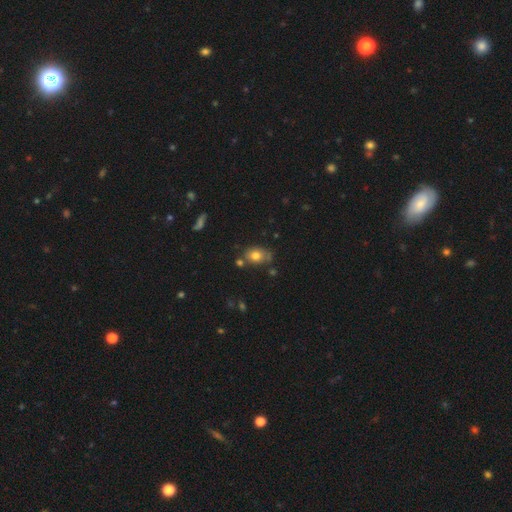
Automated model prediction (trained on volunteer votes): Smooth or featured? Predicted: smooth (p=0.77). How rounded? Predicted: in between (p=0.67). Merging? Predicted: none (p=0.64).